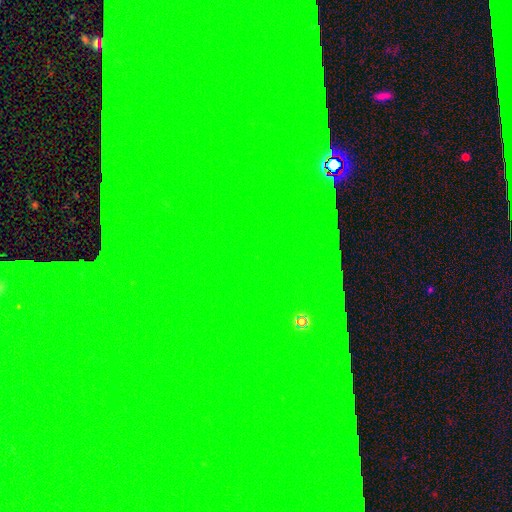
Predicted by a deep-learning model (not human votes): Smooth or featured?
  - star or artifact: 85% *
  - featured or disk: 8%
  - smooth: 7%